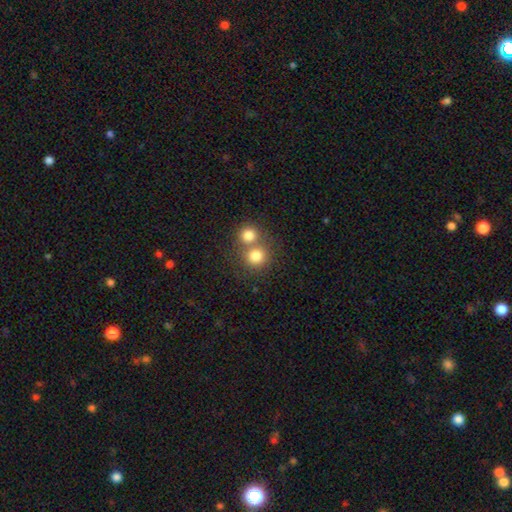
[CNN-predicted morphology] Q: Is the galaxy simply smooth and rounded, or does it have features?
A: smooth — 79%.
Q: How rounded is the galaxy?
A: round — 89%.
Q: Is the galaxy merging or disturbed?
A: none — 49%.